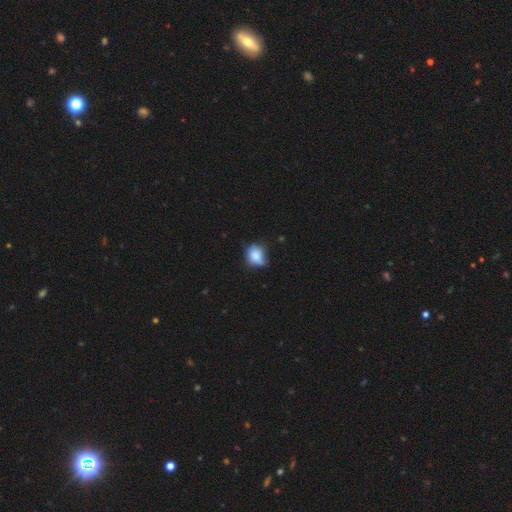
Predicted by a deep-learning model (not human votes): smooth 80%, featured or disk 11%, star or artifact 9%. Down the decision tree: how rounded — round (56%); merging — none (43%).